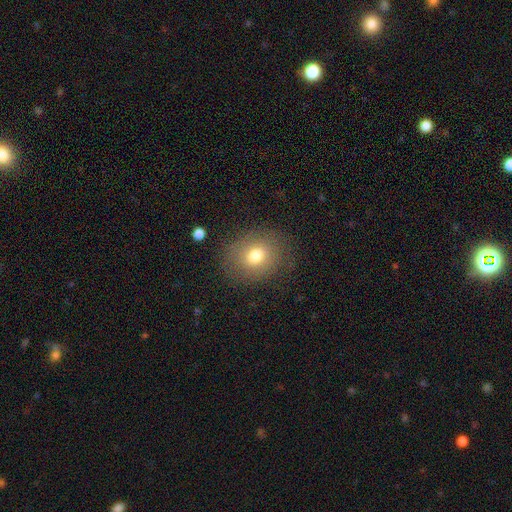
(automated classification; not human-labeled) This is likely a smooth galaxy (74%). How rounded: possibly round (58%). Merging: clearly none (81%).